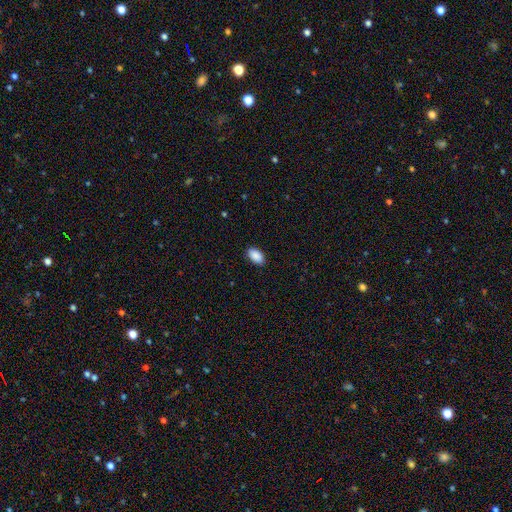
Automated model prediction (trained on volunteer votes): This appears to be a smooth galaxy with no disk features (90%) that is in between round and cigar-shaped (94%). Merging: none (88%).